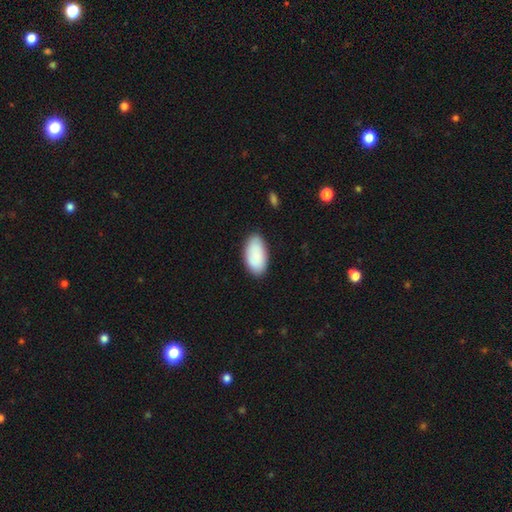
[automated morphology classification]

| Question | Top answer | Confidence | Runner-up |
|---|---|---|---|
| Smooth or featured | smooth | 85% | featured or disk (9%) |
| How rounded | in between | 95% | round (3%) |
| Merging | none | 84% | minor disturbance (12%) |